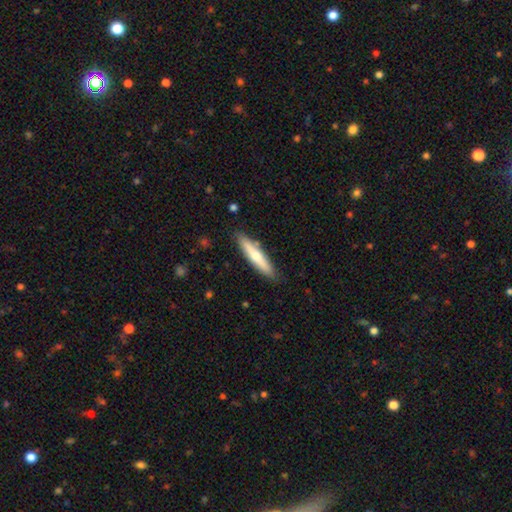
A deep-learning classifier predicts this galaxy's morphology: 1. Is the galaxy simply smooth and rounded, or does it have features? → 56% smooth, 39% featured or disk, 6% star or artifact.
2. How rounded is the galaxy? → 84% cigar-shaped, 14% in between, 1% round.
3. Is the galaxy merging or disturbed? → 84% none, 11% minor disturbance, 3% merger, 2% major disturbance.